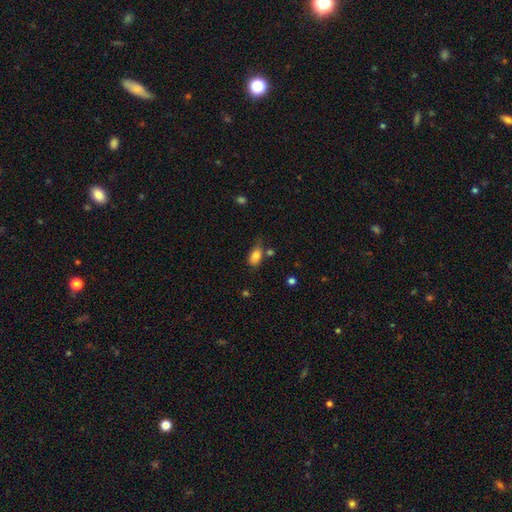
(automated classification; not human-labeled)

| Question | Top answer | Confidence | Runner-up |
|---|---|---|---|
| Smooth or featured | smooth | 82% | star or artifact (9%) |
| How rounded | in between | 88% | round (8%) |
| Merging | none | 52% | minor disturbance (31%) |